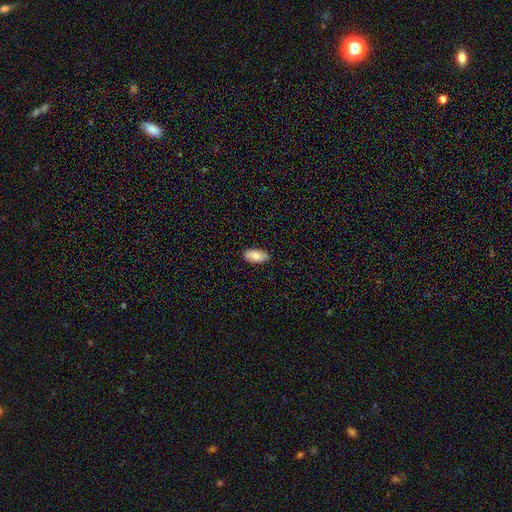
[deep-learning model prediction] Smooth or featured: smooth — 83% (featured or disk — 11%)
How rounded: in between — 93% (cigar-shaped — 5%)
Merging: none — 89% (minor disturbance — 8%)